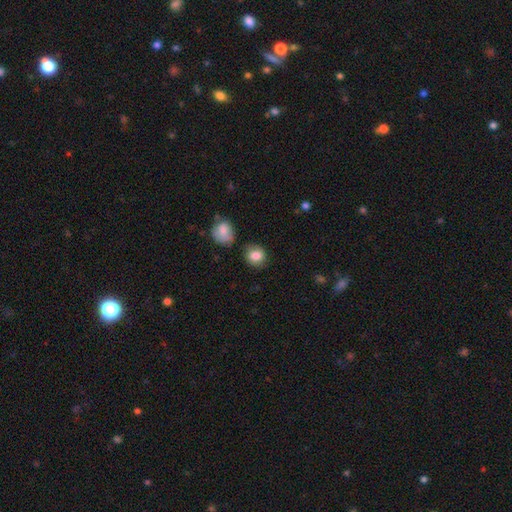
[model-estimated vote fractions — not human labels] smooth-or-featured: smooth: 84% | star or artifact: 8% | featured or disk: 8%
  how-rounded: round: 79% | in between: 20% | cigar-shaped: 1%
  merging: none: 79% | minor disturbance: 14% | merger: 4% | major disturbance: 3%